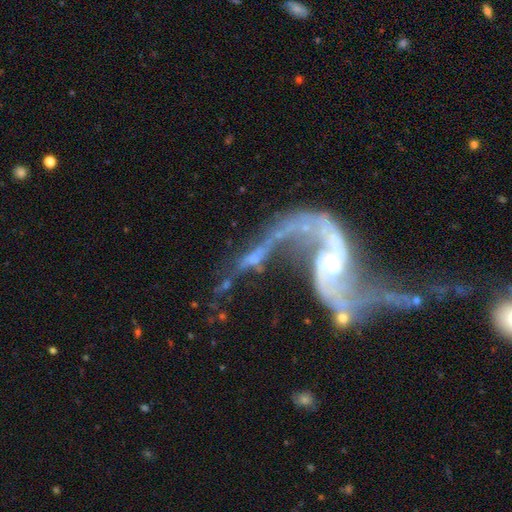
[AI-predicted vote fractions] smooth-or-featured: featured or disk: 85% | star or artifact: 8% | smooth: 7%
  disk-edge-on: no: 95% | yes: 5%
    bar: no: 52% | weak: 33% | strong: 15%
    has-spiral-arms: yes: 86% | no: 14%
      spiral-winding: loose: 85% | medium: 11% | tight: 4%
      spiral-arm-count: 2: 83% | 1: 8% | can't tell: 4% | 3: 2% | 4: 1% | more than 4: 1%
    bulge-size: small: 60% | moderate: 20% | none: 16% | large: 3% | dominant: 2%
  merging: merger: 31% (tied) | major disturbance: 31% (tied) | none: 26% | minor disturbance: 12%